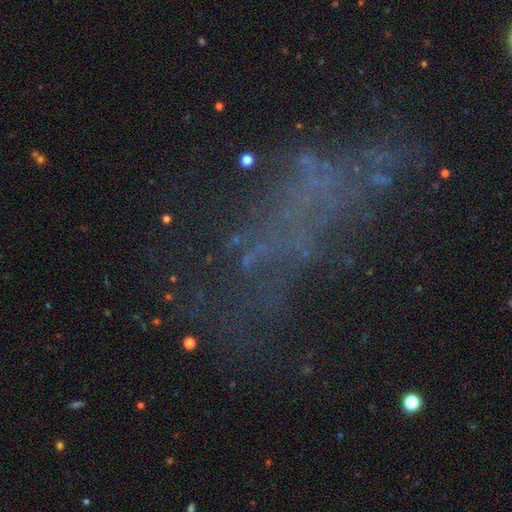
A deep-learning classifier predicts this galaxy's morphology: This appears to be a featured or disk galaxy (39%, tied with star or artifact). Merging: none (47%).